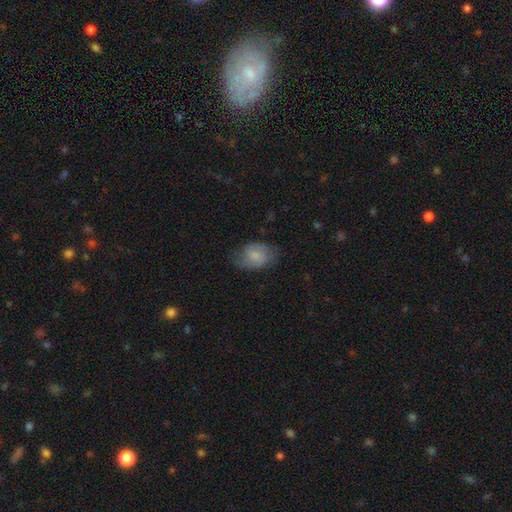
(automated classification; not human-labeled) Smooth or featured?
  - smooth: 62% *
  - featured or disk: 30%
  - star or artifact: 8%
How rounded?
  - in between: 80% *
  - round: 19%
  - cigar-shaped: 1%
Merging?
  - none: 62% *
  - minor disturbance: 26%
  - major disturbance: 10%
  - merger: 1%